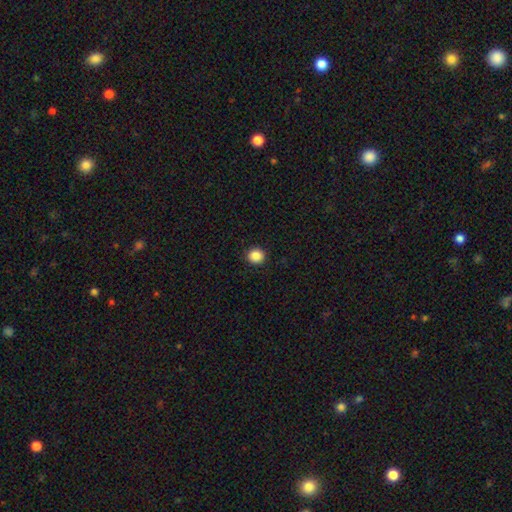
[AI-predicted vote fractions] smooth 87%, star or artifact 10%, featured or disk 3%. Down the decision tree: how rounded — round (89%); merging — none (93%).